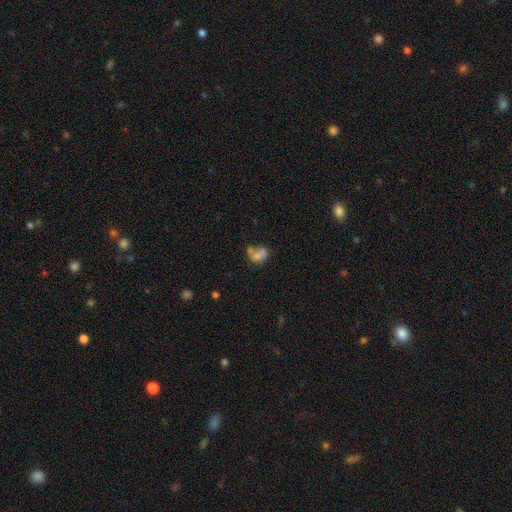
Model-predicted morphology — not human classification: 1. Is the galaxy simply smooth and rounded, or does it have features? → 58% smooth, 29% featured or disk, 13% star or artifact.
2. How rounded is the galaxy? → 63% in between, 35% round, 2% cigar-shaped.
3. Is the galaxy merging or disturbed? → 52% merger, 23% none, 12% minor disturbance, 12% major disturbance.